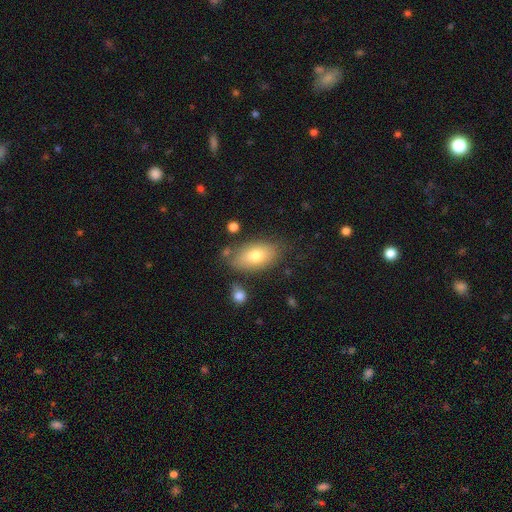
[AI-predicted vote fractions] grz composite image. It shows a smooth galaxy with no disk features (75%) that is in between round and cigar-shaped (91%). Merging: none (74%).